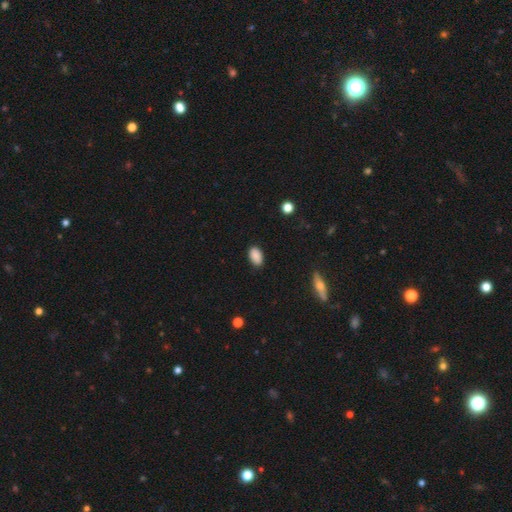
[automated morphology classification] Smooth or featured?
  - smooth: 88% *
  - star or artifact: 8%
  - featured or disk: 4%
How rounded?
  - in between: 91% *
  - round: 8%
  - cigar-shaped: 1%
Merging?
  - none: 85% *
  - minor disturbance: 11%
  - major disturbance: 2%
  - merger: 1%